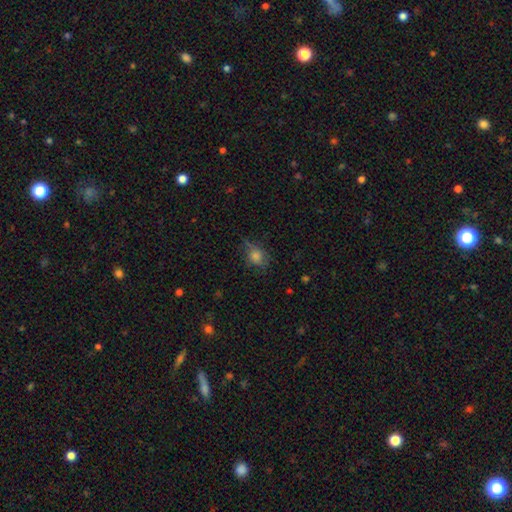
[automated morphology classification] Smooth or featured?
  - smooth: 71% *
  - star or artifact: 17%
  - featured or disk: 13%
How rounded?
  - round: 56% *
  - in between: 42%
  - cigar-shaped: 2%
Merging?
  - none: 62% *
  - minor disturbance: 26%
  - major disturbance: 11%
  - merger: 2%